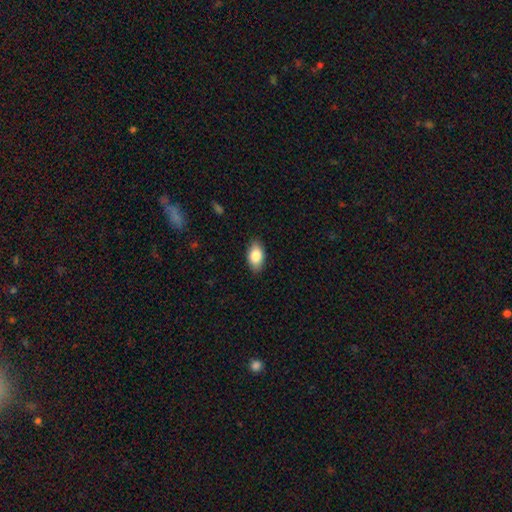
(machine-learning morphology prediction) Smooth or featured? Predicted: smooth (p=0.84). How rounded? Predicted: in between (p=0.92). Merging? Predicted: none (p=0.87).